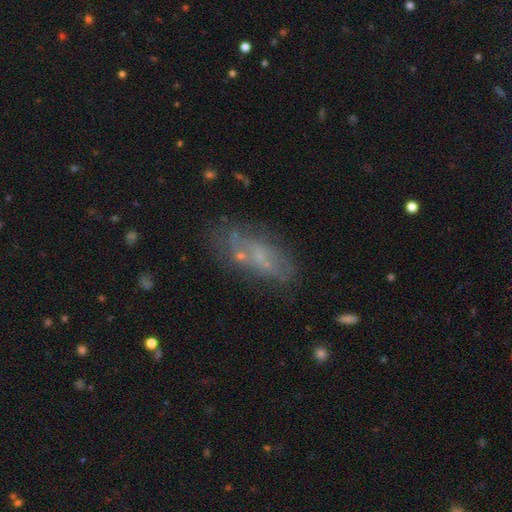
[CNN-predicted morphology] Smooth or featured? Predicted: smooth (p=0.43). Merging? Predicted: none (p=0.61).